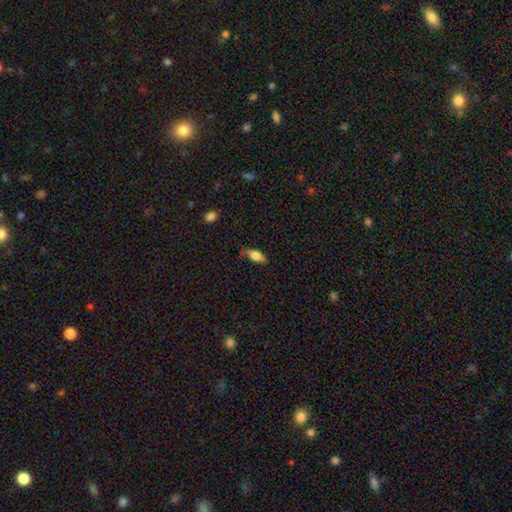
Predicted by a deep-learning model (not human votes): A smooth galaxy with no disk features (73%) that is in between round and cigar-shaped (79%). Merging: none (70%).